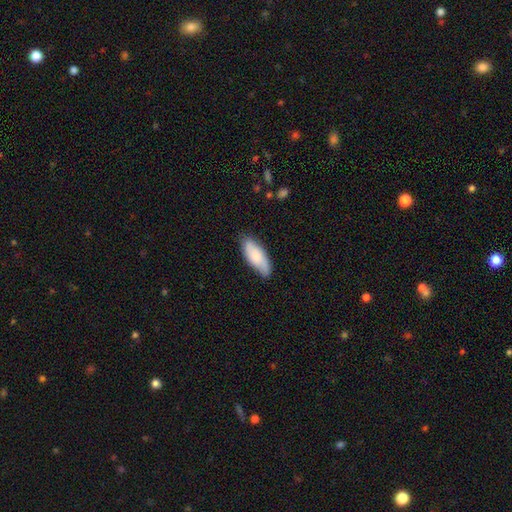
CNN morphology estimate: Smooth or featured? Predicted: smooth (p=0.74). How rounded? Predicted: in between (p=0.76). Merging? Predicted: none (p=0.77).